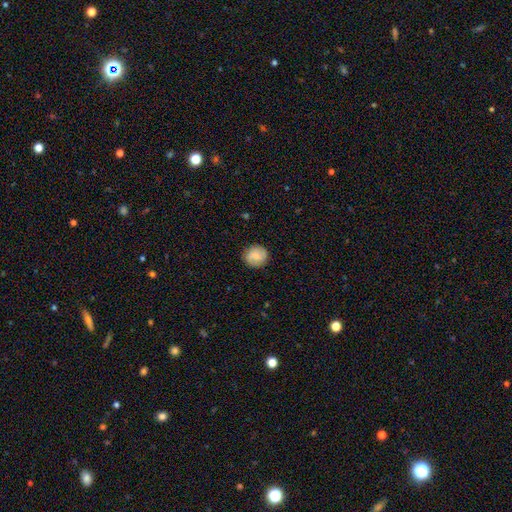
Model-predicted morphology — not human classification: This is possibly a smooth galaxy (59%). How rounded: clearly round (86%). Merging: clearly none (86%).